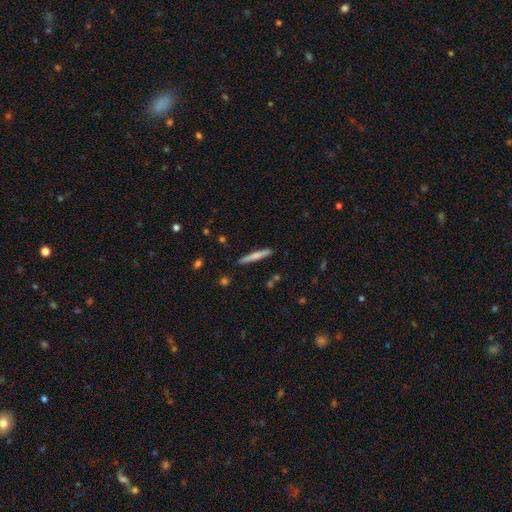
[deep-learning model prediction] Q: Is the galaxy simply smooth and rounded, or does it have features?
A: smooth — 63%.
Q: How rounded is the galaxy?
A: cigar-shaped — 95%.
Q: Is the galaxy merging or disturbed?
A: none — 89%.